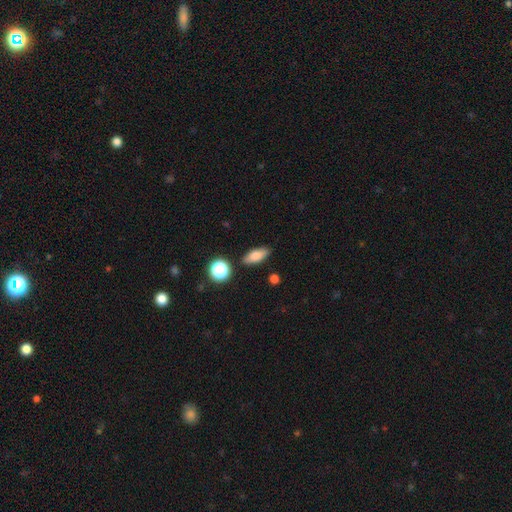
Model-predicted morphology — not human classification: Smooth or featured? Predicted: smooth (p=0.79). How rounded? Predicted: in between (p=0.77). Merging? Predicted: none (p=0.84).